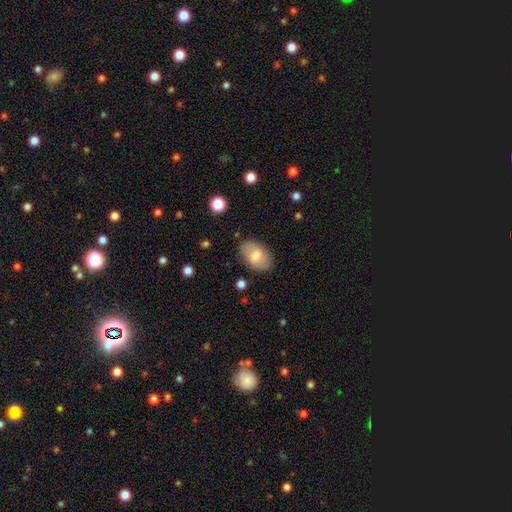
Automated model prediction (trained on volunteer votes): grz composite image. It shows a smooth galaxy with no disk features (67%) that is in between round and cigar-shaped (90%). Merging: none (82%).